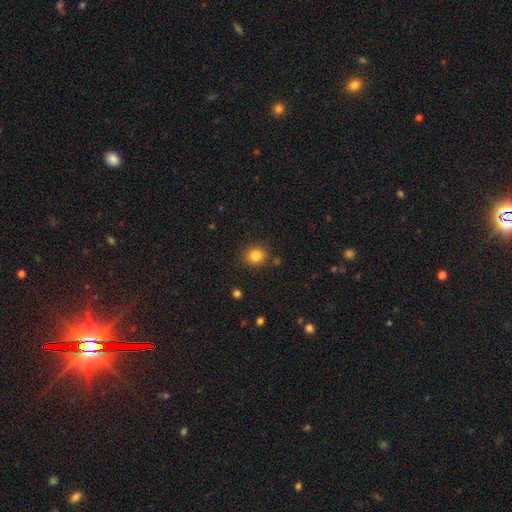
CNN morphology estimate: Q: Smooth or featured?
A: smooth (83%); runner-up: star or artifact (11%)
Q: How rounded?
A: round (78%); runner-up: in between (21%)
Q: Merging?
A: none (86%); runner-up: minor disturbance (9%)